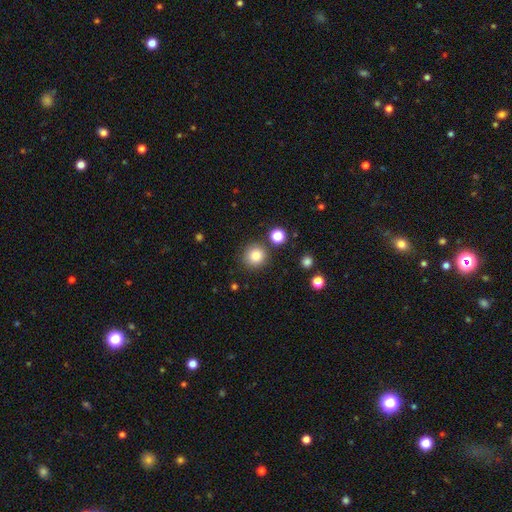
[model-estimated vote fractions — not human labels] smooth_or_featured: smooth (p=0.83) [alt: star or artifact p=0.11]
how_rounded: round (p=0.93) [alt: in between p=0.06]
merging: none (p=0.85) [alt: minor disturbance p=0.07]